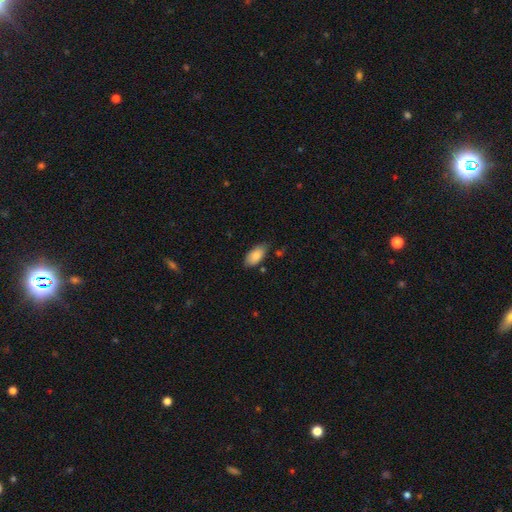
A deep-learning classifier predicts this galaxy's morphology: Smooth or featured?
  - smooth: 85% *
  - featured or disk: 9%
  - star or artifact: 7%
How rounded?
  - in between: 93% *
  - cigar-shaped: 5%
  - round: 2%
Merging?
  - none: 76% *
  - minor disturbance: 18%
  - major disturbance: 3%
  - merger: 3%